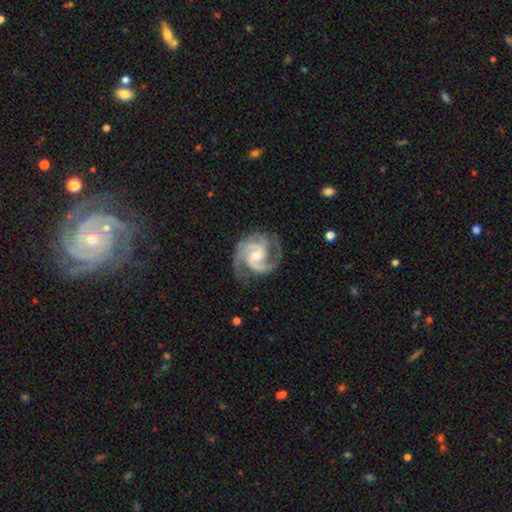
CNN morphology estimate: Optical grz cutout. It shows a featured or disk galaxy (93%) with no bar (49%), 2 (55%) medium (53%) spiral arms (99%) and a moderate central bulge (52%). Merging: none (75%).